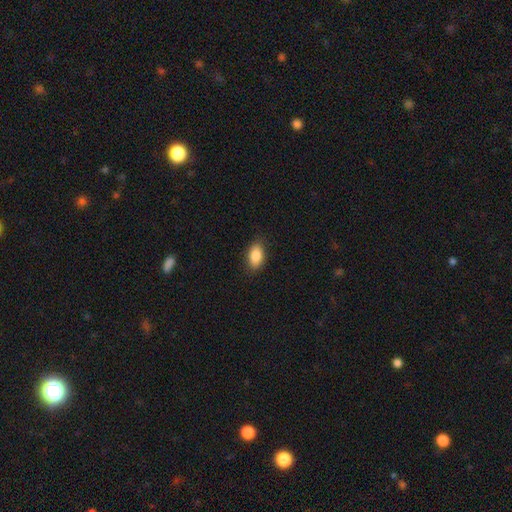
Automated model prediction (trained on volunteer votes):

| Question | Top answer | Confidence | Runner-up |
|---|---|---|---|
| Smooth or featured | smooth | 86% | star or artifact (7%) |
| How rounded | in between | 91% | round (7%) |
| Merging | none | 86% | minor disturbance (10%) |